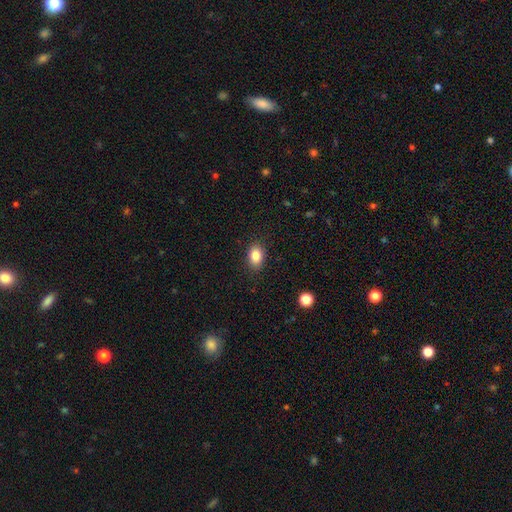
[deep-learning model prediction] The model was most divided on "how rounded": in between: 81%, round: 18%, cigar-shaped: 1%. More confident: merging — none (87%); smooth or featured — smooth (84%).